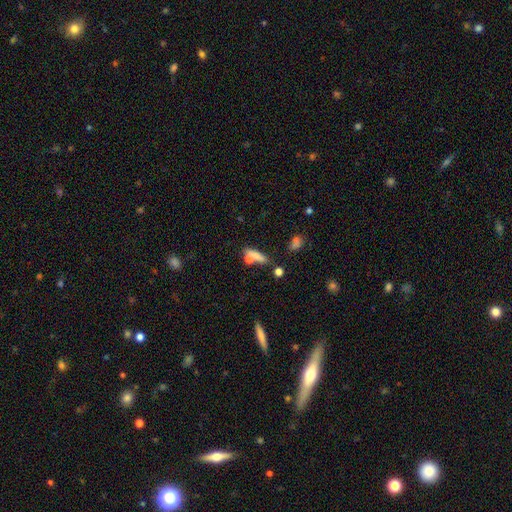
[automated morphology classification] A smooth galaxy with no disk features (66%) that is cigar-shaped (53%).

Vote fractions:
- Smooth or featured? smooth: 66% / featured or disk: 22% / star or artifact: 12%
- How rounded? cigar-shaped: 53% / in between: 37% / round: 10%
- Merging? none: 54% / merger: 25% / minor disturbance: 14% / major disturbance: 7%